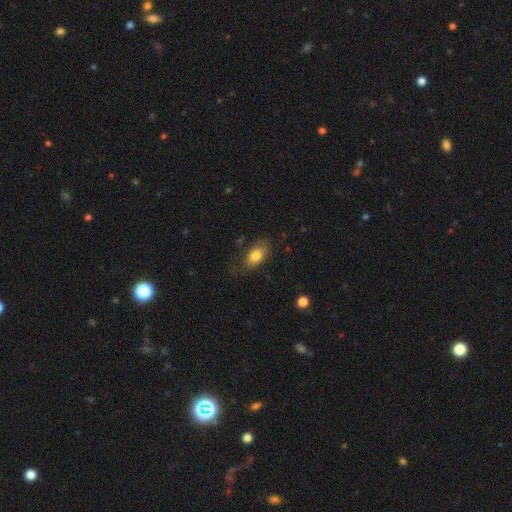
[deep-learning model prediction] smooth-or-featured: smooth: 81% | featured or disk: 11% | star or artifact: 7%
  how-rounded: in between: 90% | round: 7% | cigar-shaped: 3%
  merging: none: 71% | minor disturbance: 20% | major disturbance: 7% | merger: 2%